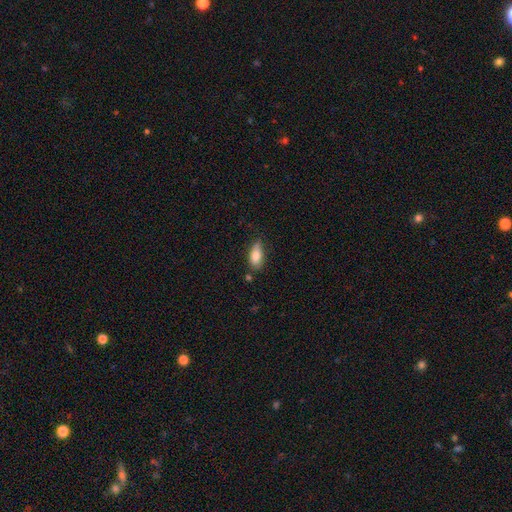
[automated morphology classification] This appears to be a smooth galaxy with no disk features (81%) that is in between round and cigar-shaped (83%). Merging: none (66%).